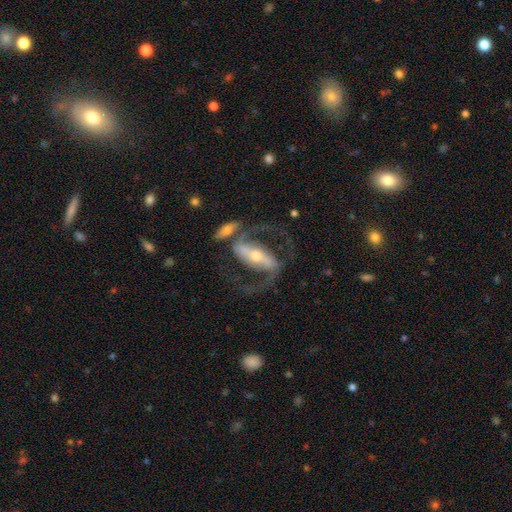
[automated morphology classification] This appears to be a featured or disk galaxy (90%) with a strong bar (69%), 2 (93%) medium (57%) spiral arms (95%) and a moderate central bulge (48%). Merging: none (69%).